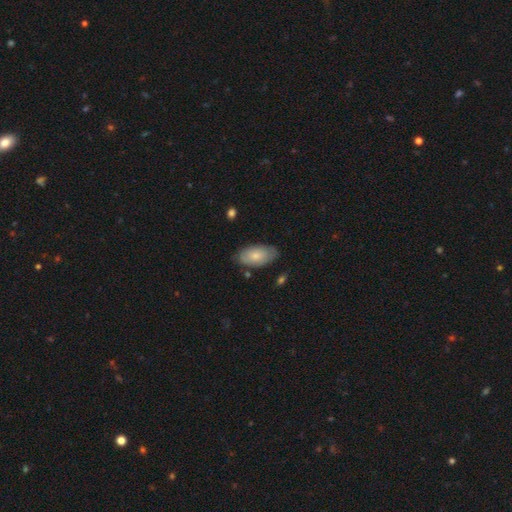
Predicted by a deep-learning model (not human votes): Smooth or featured? smooth (73%)
How rounded? in between (94%)
Merging? none (75%)